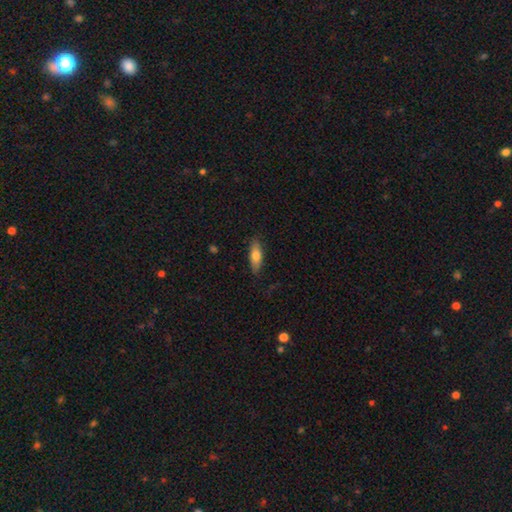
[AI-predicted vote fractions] smooth-or-featured: smooth: 72% | featured or disk: 22% | star or artifact: 6%
  how-rounded: in between: 61% | cigar-shaped: 36% | round: 2%
  merging: none: 84% | minor disturbance: 12% | major disturbance: 2% | merger: 1%